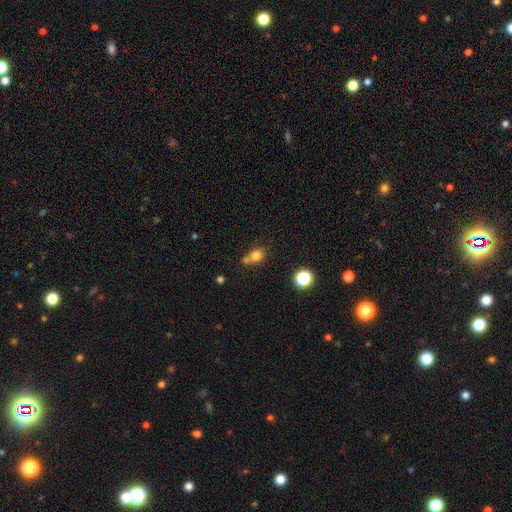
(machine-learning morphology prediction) Q: Smooth or featured?
A: smooth (78%); runner-up: star or artifact (14%)
Q: How rounded?
A: round (75%); runner-up: in between (24%)
Q: Merging?
A: none (49%); runner-up: merger (35%)